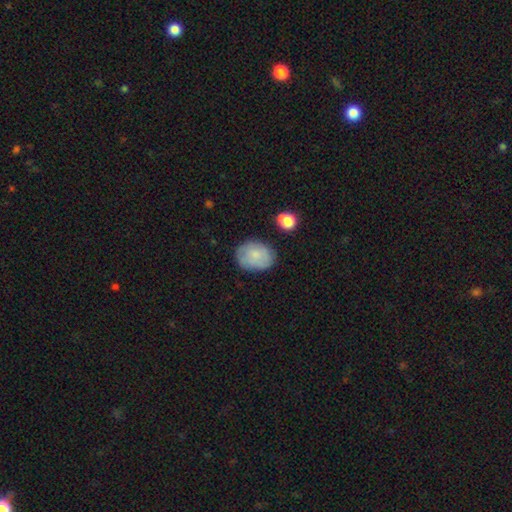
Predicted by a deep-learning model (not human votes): A smooth galaxy with no disk features (73%) that is in between round and cigar-shaped (65%).

Vote fractions:
- Smooth or featured? smooth: 73% / featured or disk: 19% / star or artifact: 8%
- How rounded? in between: 65% / round: 34% / cigar-shaped: 1%
- Merging? none: 73% / minor disturbance: 19% / major disturbance: 5% / merger: 3%